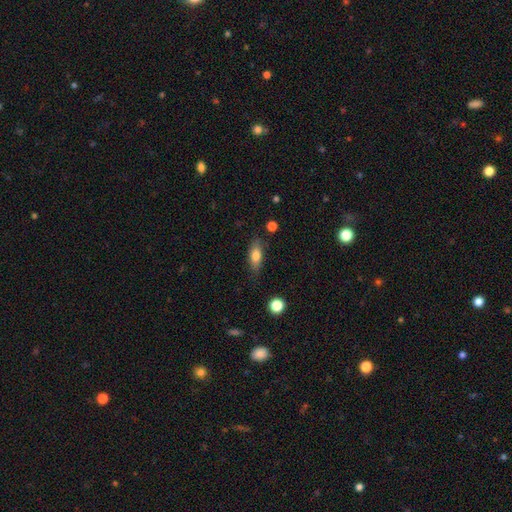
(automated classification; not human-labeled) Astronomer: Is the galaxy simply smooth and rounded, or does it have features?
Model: smooth — 74%.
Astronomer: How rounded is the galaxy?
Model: in between — 73%.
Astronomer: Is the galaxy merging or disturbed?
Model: none — 79%.